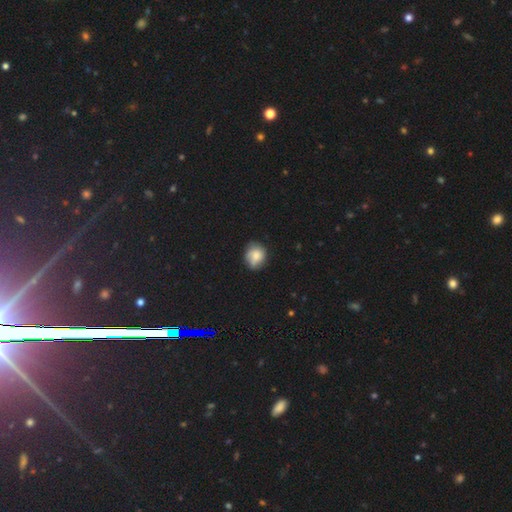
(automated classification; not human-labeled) This is likely a smooth galaxy (72%). How rounded: likely round (70%). Merging: likely none (67%).